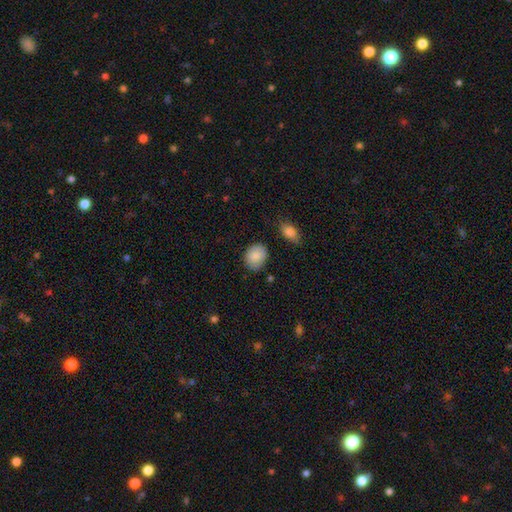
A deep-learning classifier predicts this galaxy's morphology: A smooth galaxy with no disk features (87%) that is round (50%).

Vote fractions:
- Smooth or featured? smooth: 87% / star or artifact: 7% / featured or disk: 6%
- How rounded? round: 50% / in between: 49% / cigar-shaped: 1%
- Merging? none: 80% / minor disturbance: 15% / major disturbance: 3% / merger: 2%